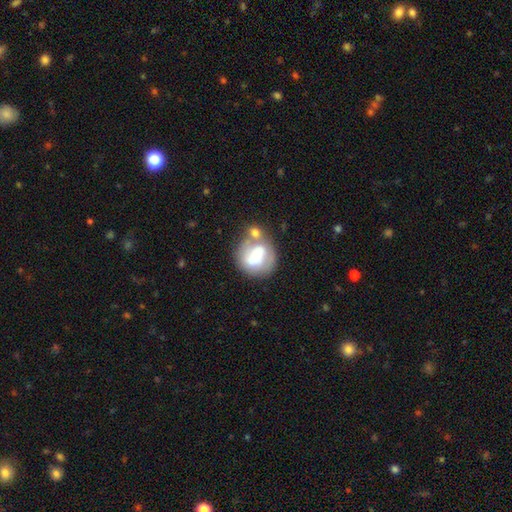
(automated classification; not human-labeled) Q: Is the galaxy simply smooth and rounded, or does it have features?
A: smooth — 47%.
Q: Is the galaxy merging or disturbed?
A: none — 38%.